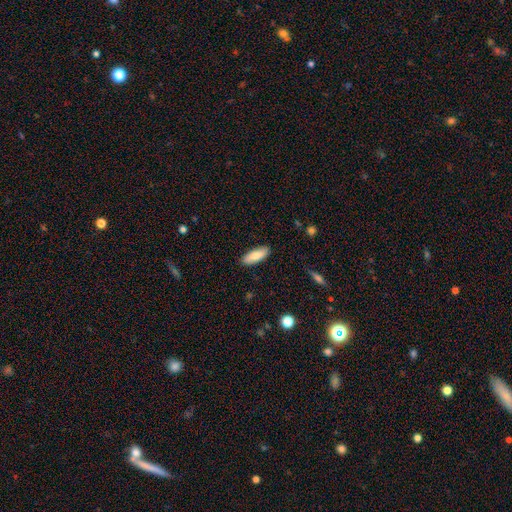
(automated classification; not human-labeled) Smooth or featured?
  - smooth: 81% *
  - featured or disk: 13%
  - star or artifact: 6%
How rounded?
  - in between: 66% *
  - cigar-shaped: 32%
  - round: 2%
Merging?
  - none: 88% *
  - minor disturbance: 9%
  - major disturbance: 2%
  - merger: 1%